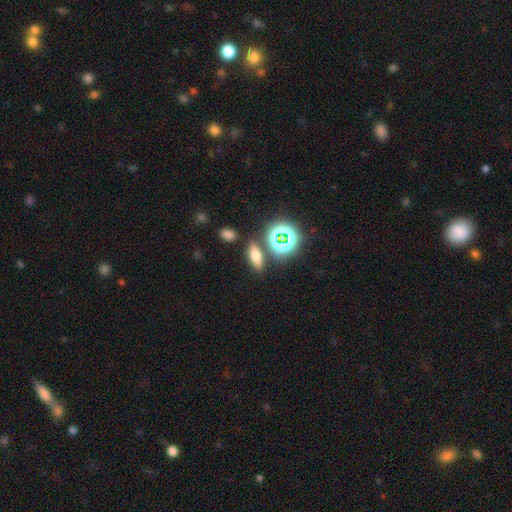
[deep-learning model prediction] smooth 63%, star or artifact 24%, featured or disk 14%. Down the decision tree: how rounded — in between (55%); merging — none (80%).